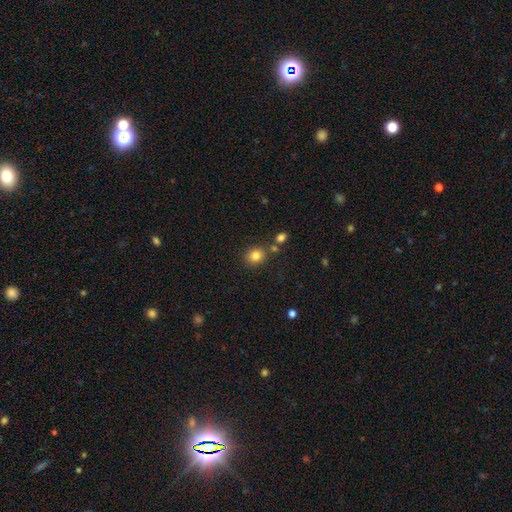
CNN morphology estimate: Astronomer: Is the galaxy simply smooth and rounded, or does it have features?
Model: smooth — 83%.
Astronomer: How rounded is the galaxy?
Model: round — 73%.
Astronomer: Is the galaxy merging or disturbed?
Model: none — 77%.